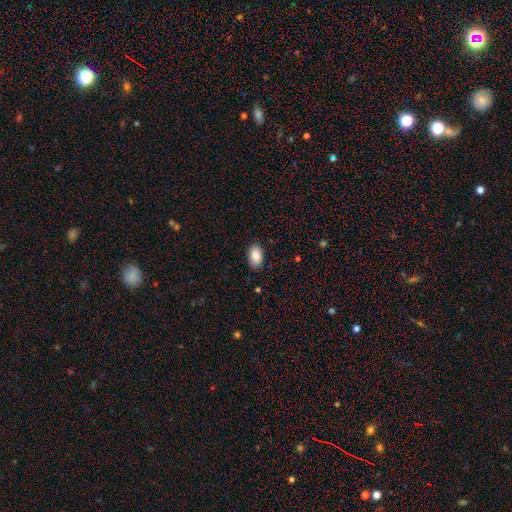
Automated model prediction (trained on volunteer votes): Smooth or featured? Predicted: smooth (p=0.88). How rounded? Predicted: in between (p=0.93). Merging? Predicted: none (p=0.87).